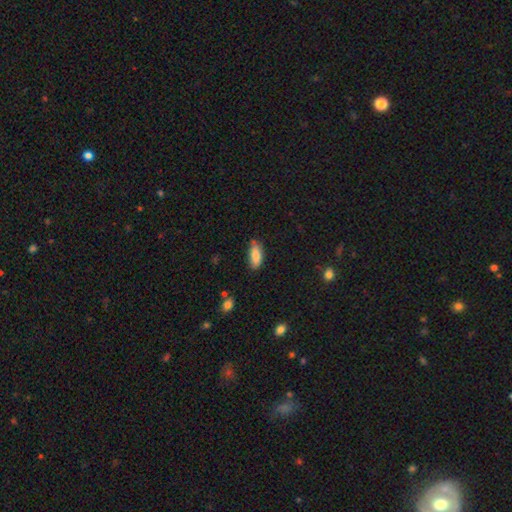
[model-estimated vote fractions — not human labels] smooth_or_featured: smooth (p=0.84) [alt: featured or disk p=0.09]
how_rounded: in between (p=0.82) [alt: cigar-shaped p=0.16]
merging: none (p=0.70) [alt: minor disturbance p=0.24]